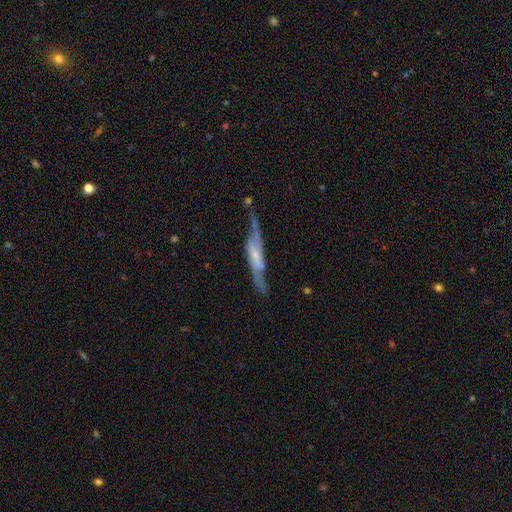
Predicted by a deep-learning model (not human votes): Q: Smooth or featured?
A: featured or disk (73%); runner-up: smooth (21%)
Q: Edge-on disk?
A: no (51%); runner-up: yes (49%)
Q: Merging?
A: none (55%); runner-up: minor disturbance (25%)